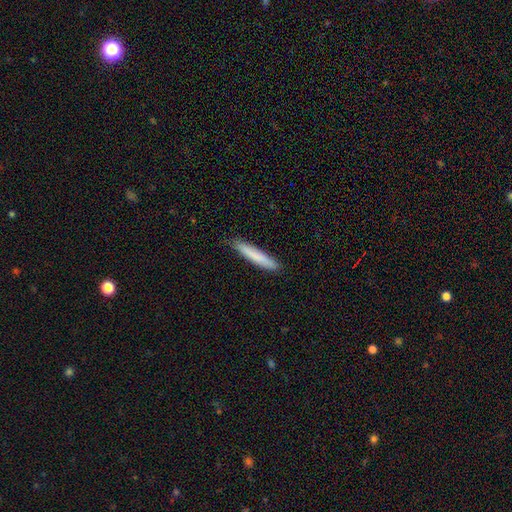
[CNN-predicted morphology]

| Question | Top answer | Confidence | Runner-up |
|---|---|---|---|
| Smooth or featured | smooth | 79% | featured or disk (15%) |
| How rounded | cigar-shaped | 94% | in between (5%) |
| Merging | none | 88% | minor disturbance (10%) |